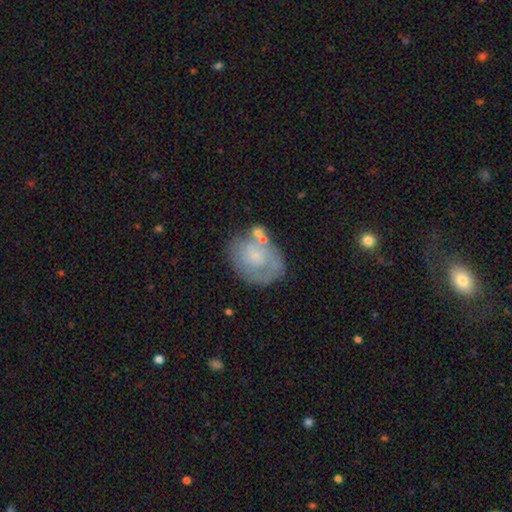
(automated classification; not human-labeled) smooth-or-featured: featured or disk: 54% | smooth: 38% | star or artifact: 8%
  disk-edge-on: no: 97% | yes: 3%
    bar: no: 82% | weak: 15% | strong: 3%
    has-spiral-arms: yes: 61% | no: 39%
    bulge-size: small: 71% | moderate: 15% | none: 11% | large: 2% | dominant: 1%
  merging: none: 60% | minor disturbance: 22% | major disturbance: 10% | merger: 8%